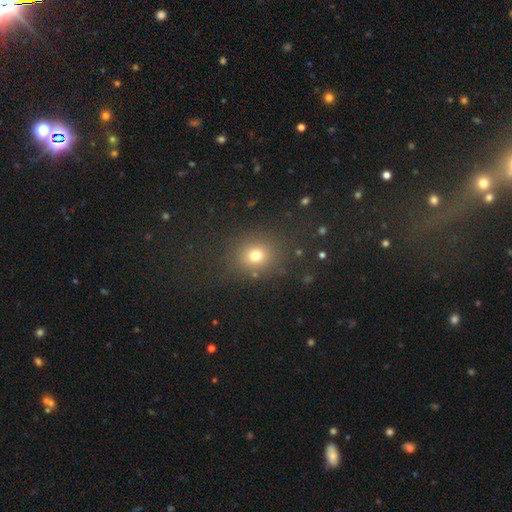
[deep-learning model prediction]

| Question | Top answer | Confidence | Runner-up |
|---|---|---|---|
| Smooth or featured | smooth | 73% | star or artifact (18%) |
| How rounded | round | 70% | in between (29%) |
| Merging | none | 83% | minor disturbance (10%) |